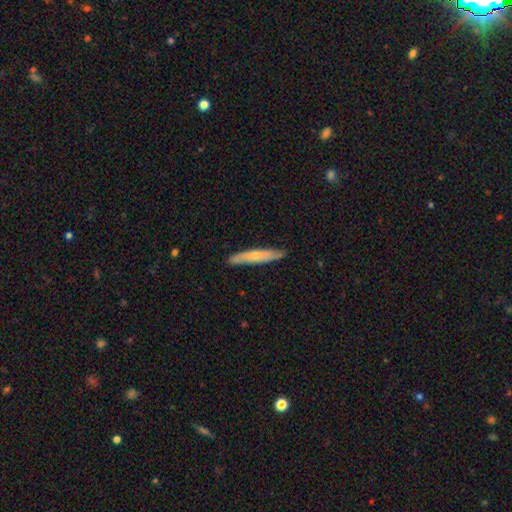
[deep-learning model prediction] This appears to be a smooth galaxy with no disk features (57%) that is cigar-shaped (92%). Merging: none (87%).